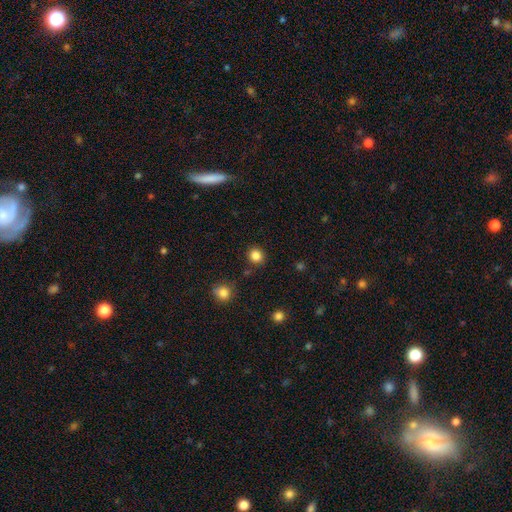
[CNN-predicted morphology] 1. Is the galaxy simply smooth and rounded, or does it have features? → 85% smooth, 12% star or artifact, 4% featured or disk.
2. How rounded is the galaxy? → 89% round, 10% in between, 1% cigar-shaped.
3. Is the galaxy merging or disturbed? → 87% none, 7% minor disturbance, 3% merger, 2% major disturbance.